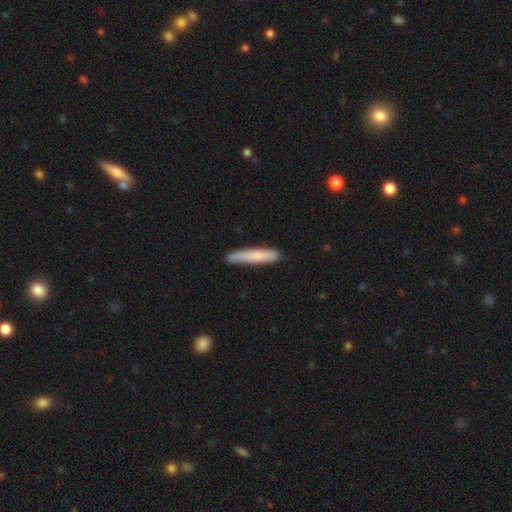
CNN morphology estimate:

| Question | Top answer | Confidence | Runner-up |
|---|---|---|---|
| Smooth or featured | smooth | 78% | featured or disk (17%) |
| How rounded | cigar-shaped | 92% | in between (7%) |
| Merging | none | 82% | minor disturbance (14%) |